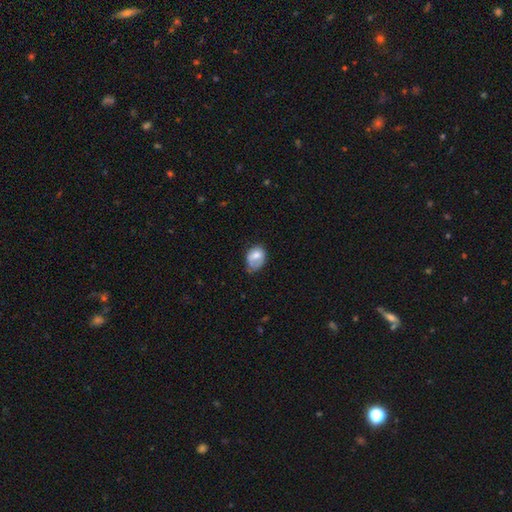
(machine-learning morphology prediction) smooth 66%, featured or disk 26%, star or artifact 8%. Down the decision tree: how rounded — in between (69%); merging — minor disturbance (39%).